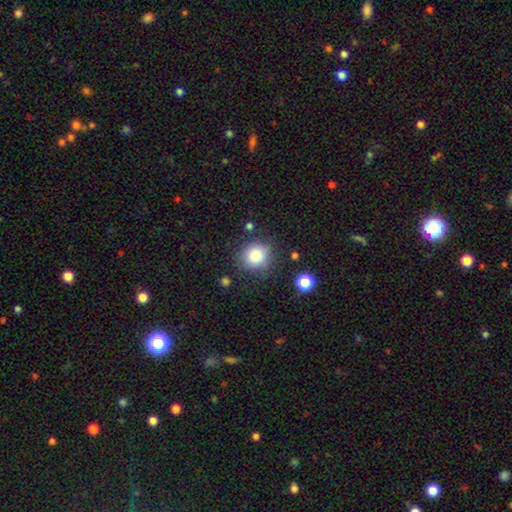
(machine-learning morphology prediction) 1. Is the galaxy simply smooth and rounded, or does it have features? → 84% smooth, 10% star or artifact, 6% featured or disk.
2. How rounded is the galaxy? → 86% round, 13% in between, 1% cigar-shaped.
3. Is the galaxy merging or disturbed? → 77% none, 15% minor disturbance, 5% major disturbance, 4% merger.